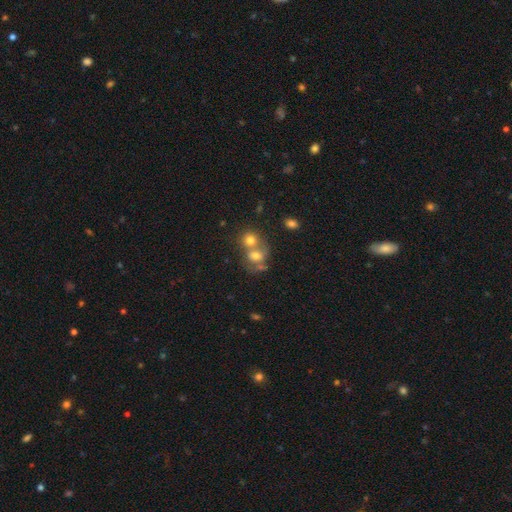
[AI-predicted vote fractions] smooth 65%, featured or disk 22%, star or artifact 13%. Down the decision tree: how rounded — round (58%); merging — merger (61%).